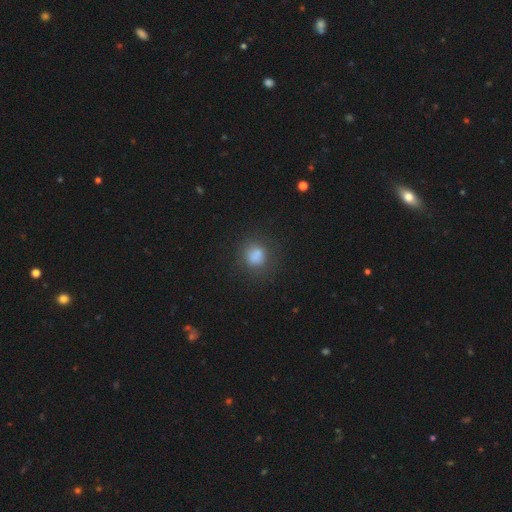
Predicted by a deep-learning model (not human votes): smooth-or-featured: smooth: 77% | star or artifact: 14% | featured or disk: 9%
  how-rounded: round: 85% | in between: 14% | cigar-shaped: 1%
  merging: none: 72% | minor disturbance: 15% | major disturbance: 7% | merger: 7%